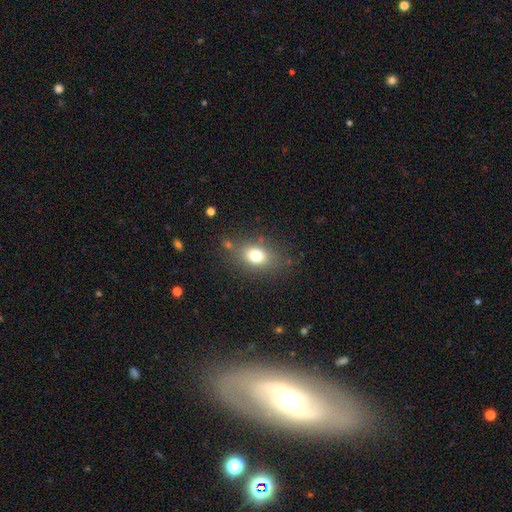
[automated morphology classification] Q: Smooth or featured?
A: smooth (76%); runner-up: featured or disk (12%)
Q: How rounded?
A: in between (67%); runner-up: round (31%)
Q: Merging?
A: none (76%); runner-up: minor disturbance (14%)